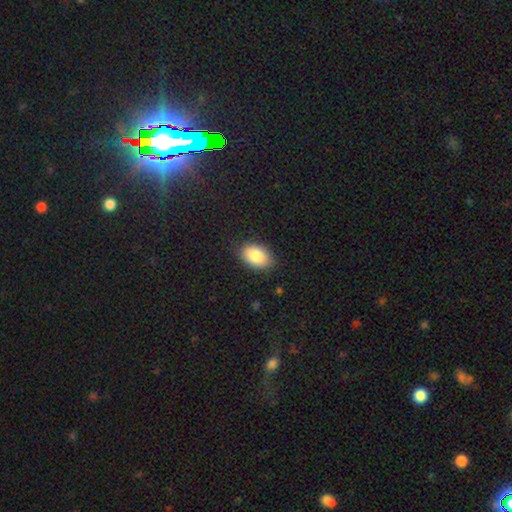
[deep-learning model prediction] The model was most divided on "merging": none: 84%, minor disturbance: 12%, major disturbance: 3%, merger: 1%. More confident: how rounded — in between (89%); smooth or featured — smooth (85%).